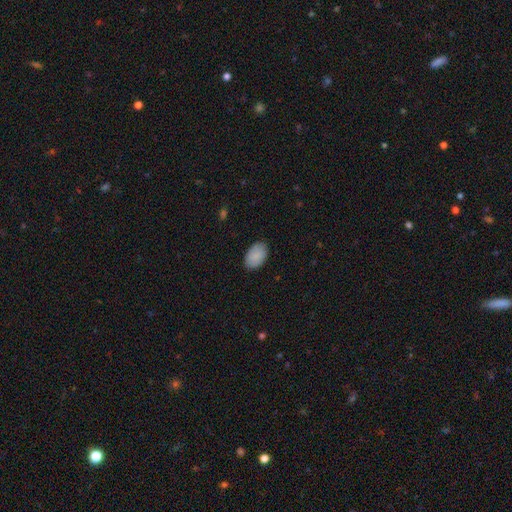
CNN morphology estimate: This is clearly a smooth galaxy (90%). How rounded: clearly in between (90%). Merging: clearly none (86%).